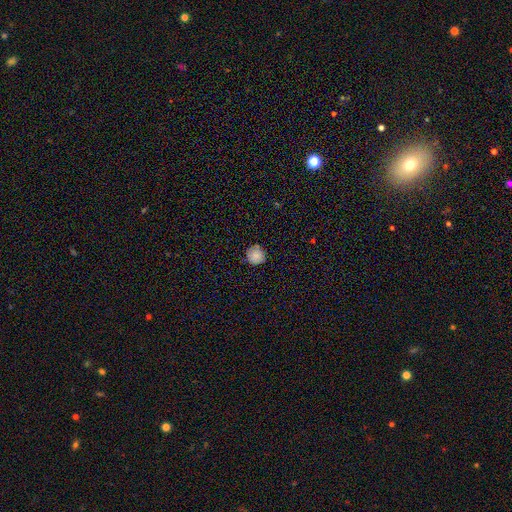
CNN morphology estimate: smooth-or-featured: smooth: 84% | star or artifact: 10% | featured or disk: 6%
  how-rounded: round: 94% | in between: 5% | cigar-shaped: 1%
  merging: none: 84% | minor disturbance: 12% | major disturbance: 2% | merger: 2%